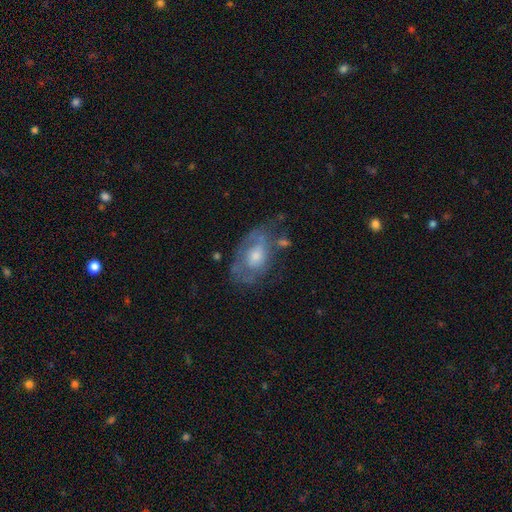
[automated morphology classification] featured or disk 63%, smooth 29%, star or artifact 8%. Down the decision tree: edge-on disk — no (94%); bar — no (78%); spiral arms — yes (54%); bulge size — moderate (52%); merging — none (49%).